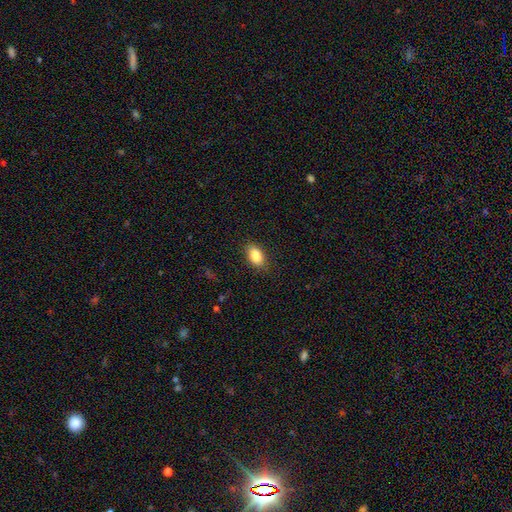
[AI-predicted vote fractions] Smooth or featured? Predicted: smooth (p=0.84). How rounded? Predicted: in between (p=0.90). Merging? Predicted: none (p=0.87).